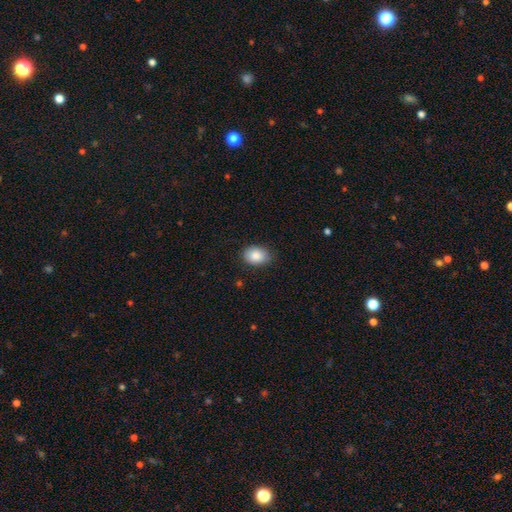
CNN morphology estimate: smooth-or-featured: smooth: 87% | star or artifact: 7% | featured or disk: 6%
  how-rounded: in between: 74% | round: 25% | cigar-shaped: 1%
  merging: none: 83% | minor disturbance: 13% | major disturbance: 3% | merger: 1%